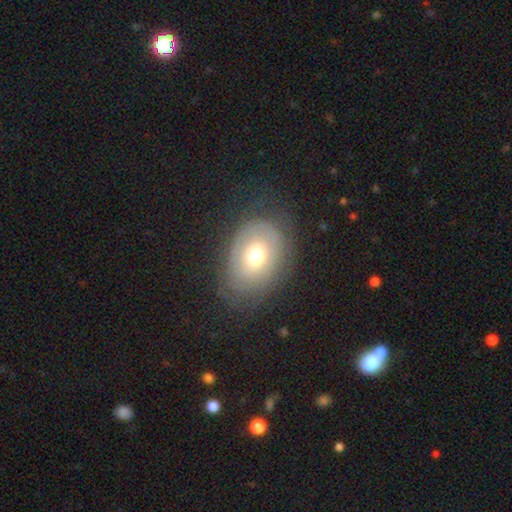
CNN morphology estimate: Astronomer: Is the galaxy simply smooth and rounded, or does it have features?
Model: smooth — 50% (runner-up: featured or disk, 41%).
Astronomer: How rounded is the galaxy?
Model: in between — 74%.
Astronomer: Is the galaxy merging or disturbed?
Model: none — 70%.